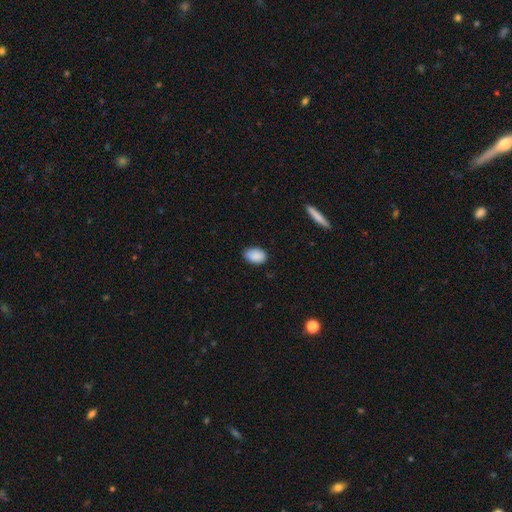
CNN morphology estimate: Smooth or featured? smooth (89%)
How rounded? in between (90%)
Merging? none (83%)